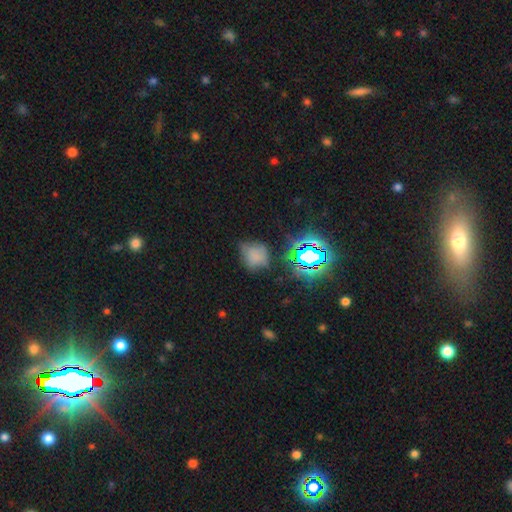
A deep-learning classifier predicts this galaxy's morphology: smooth-or-featured: smooth: 61% | star or artifact: 27% | featured or disk: 12%
  how-rounded: round: 62% | in between: 36% | cigar-shaped: 2%
  merging: none: 52% | minor disturbance: 30% | major disturbance: 14% | merger: 5%